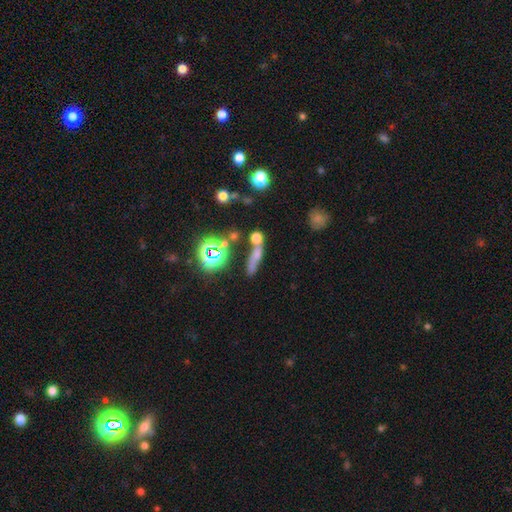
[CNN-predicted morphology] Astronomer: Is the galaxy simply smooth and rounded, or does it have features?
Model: smooth — 54%.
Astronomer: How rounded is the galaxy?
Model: cigar-shaped — 59%.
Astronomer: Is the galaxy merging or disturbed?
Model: none — 46% (runner-up: merger, 29%).